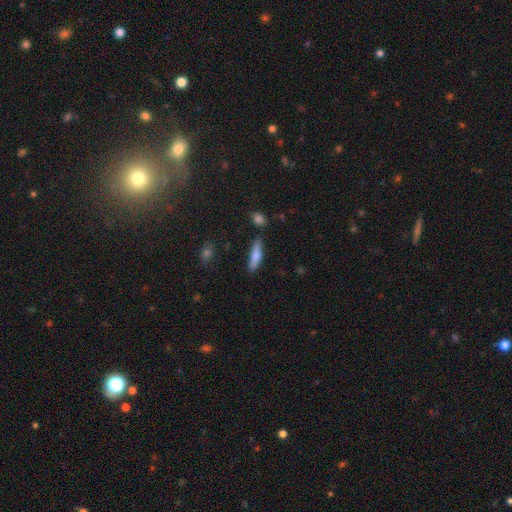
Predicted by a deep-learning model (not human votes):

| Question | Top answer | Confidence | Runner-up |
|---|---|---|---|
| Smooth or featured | smooth | 76% | featured or disk (18%) |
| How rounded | cigar-shaped | 74% | in between (24%) |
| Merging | none | 80% | minor disturbance (13%) |